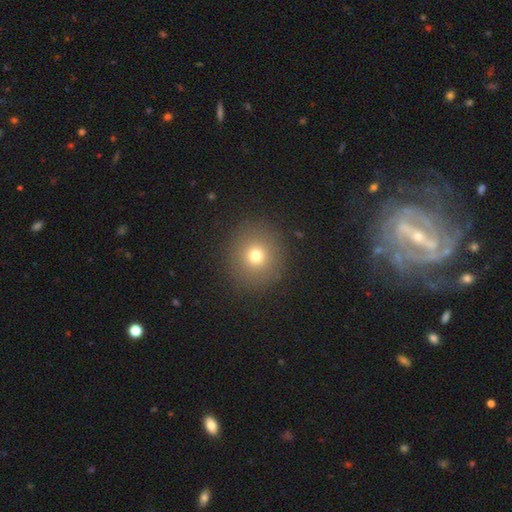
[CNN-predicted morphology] This appears to be a smooth galaxy with no disk features (73%) that is round (90%). Merging: none (90%).